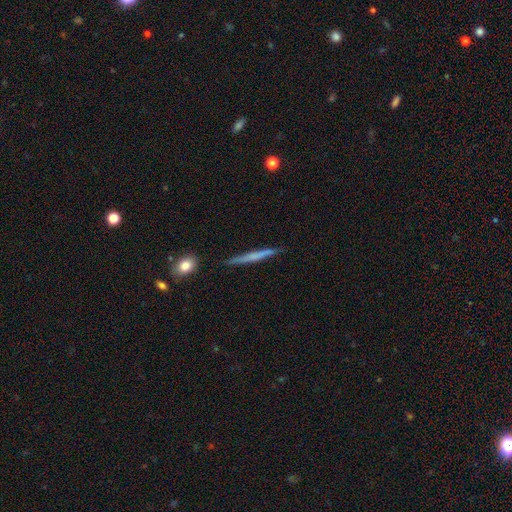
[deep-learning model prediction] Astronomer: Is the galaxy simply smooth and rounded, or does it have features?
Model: smooth — 50% (runner-up: featured or disk, 44%).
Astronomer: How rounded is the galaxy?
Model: cigar-shaped — 96%.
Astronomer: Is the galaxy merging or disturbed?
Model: none — 88%.